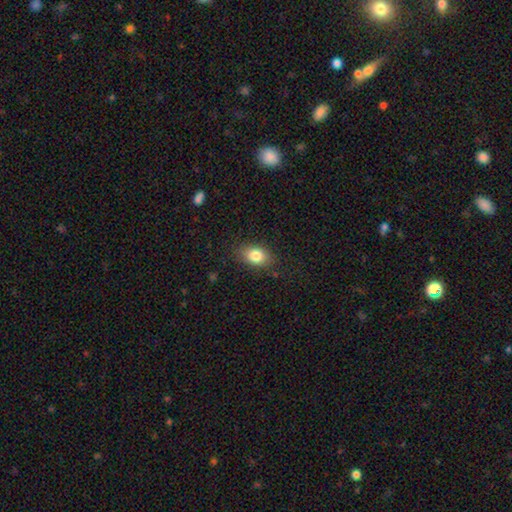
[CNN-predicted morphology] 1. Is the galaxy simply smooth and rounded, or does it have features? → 83% smooth, 9% featured or disk, 8% star or artifact.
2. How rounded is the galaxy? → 82% in between, 17% round, 2% cigar-shaped.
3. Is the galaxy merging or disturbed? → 83% none, 12% minor disturbance, 3% major disturbance, 1% merger.